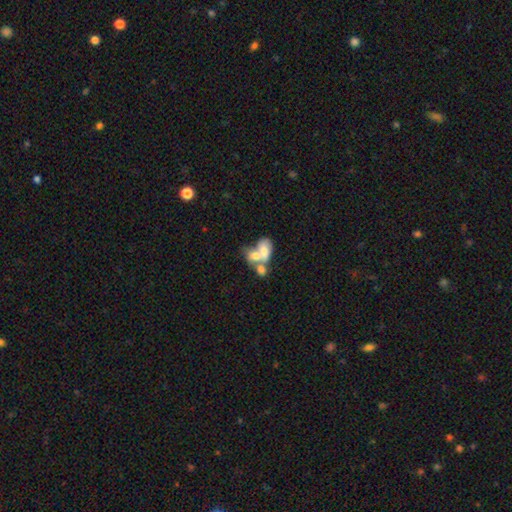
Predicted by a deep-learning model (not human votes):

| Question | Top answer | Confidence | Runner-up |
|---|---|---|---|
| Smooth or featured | smooth | 57% | featured or disk (34%) |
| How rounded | in between | 80% | round (18%) |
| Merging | merger | 75% | none (11%) |